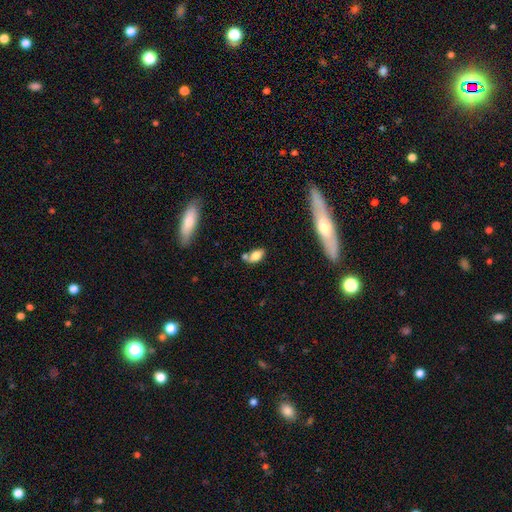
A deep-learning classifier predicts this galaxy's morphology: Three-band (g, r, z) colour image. It shows a smooth galaxy with no disk features (78%) that is in between round and cigar-shaped (87%). Merging: none (51%).